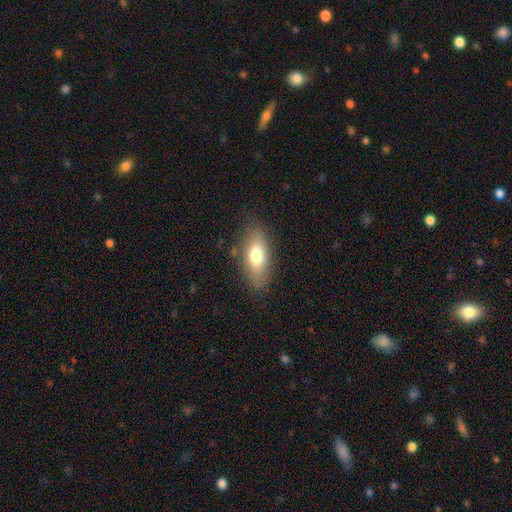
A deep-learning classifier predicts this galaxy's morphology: Smooth or featured: smooth — 73% (featured or disk — 20%)
How rounded: in between — 80% (cigar-shaped — 16%)
Merging: none — 81% (minor disturbance — 14%)